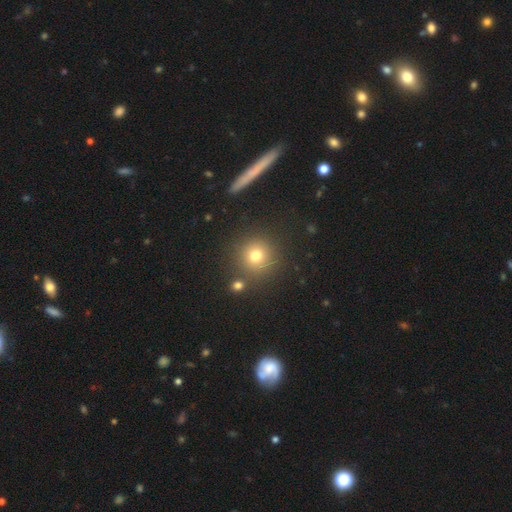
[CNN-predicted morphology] smooth 75%, star or artifact 16%, featured or disk 9%. Down the decision tree: how rounded — round (93%); merging — none (83%).